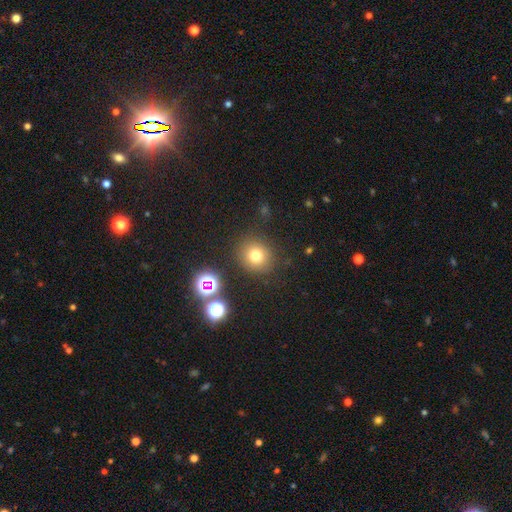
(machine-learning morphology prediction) Q: Smooth or featured?
A: smooth (73%); runner-up: star or artifact (18%)
Q: How rounded?
A: round (89%); runner-up: in between (10%)
Q: Merging?
A: none (85%); runner-up: minor disturbance (8%)